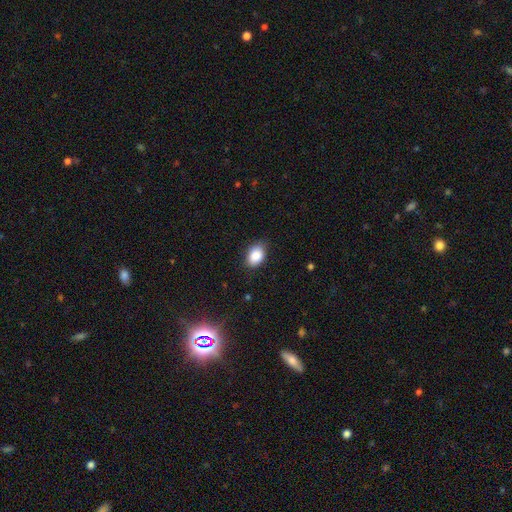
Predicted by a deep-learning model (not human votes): Morphology: type=smooth (88%); roundness=in between (82%); merging=none (80%).